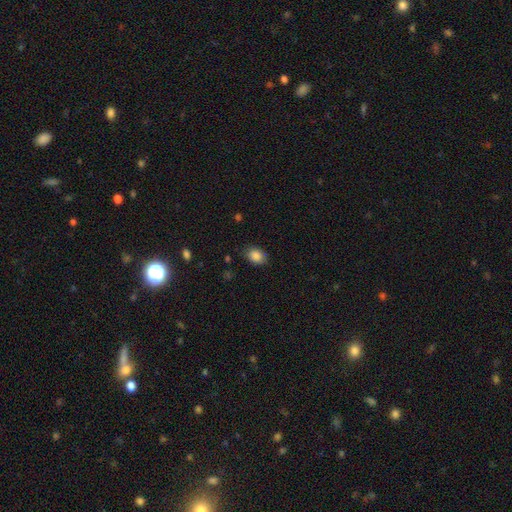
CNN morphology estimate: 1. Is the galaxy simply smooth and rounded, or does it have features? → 86% smooth, 9% star or artifact, 5% featured or disk.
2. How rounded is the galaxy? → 71% in between, 28% round, 1% cigar-shaped.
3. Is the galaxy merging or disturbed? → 83% none, 13% minor disturbance, 3% major disturbance, 1% merger.